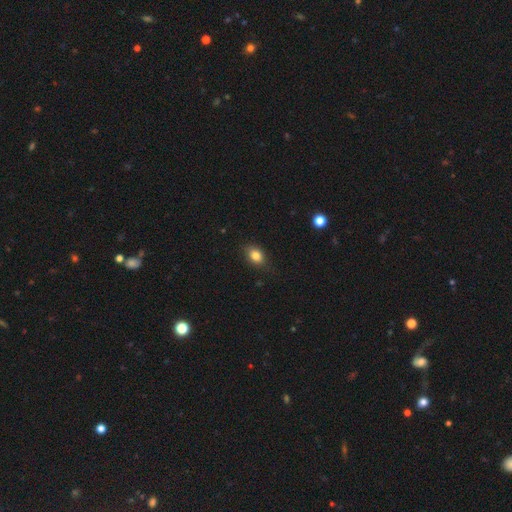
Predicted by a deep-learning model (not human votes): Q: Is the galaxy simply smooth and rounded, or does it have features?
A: smooth — 82%.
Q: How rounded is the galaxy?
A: in between — 73%.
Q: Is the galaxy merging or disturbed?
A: none — 79%.